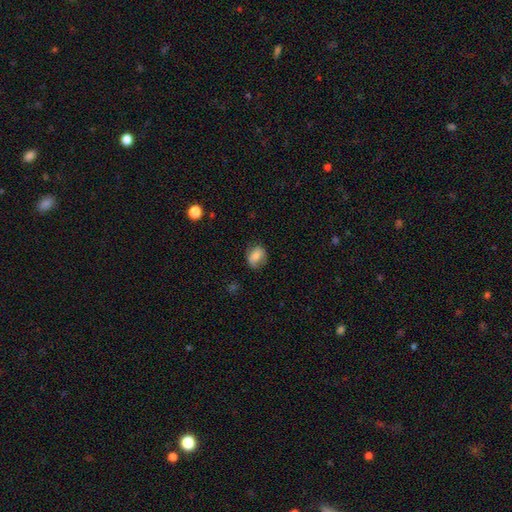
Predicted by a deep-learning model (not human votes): This is likely a smooth galaxy (73%). How rounded: possibly in between (55%). Merging: likely none (74%).